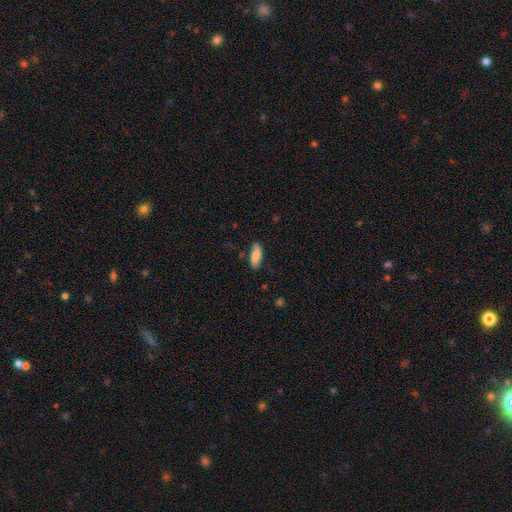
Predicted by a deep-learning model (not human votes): Q: Smooth or featured?
A: smooth (81%); runner-up: featured or disk (12%)
Q: How rounded?
A: in between (67%); runner-up: cigar-shaped (31%)
Q: Merging?
A: none (75%); runner-up: minor disturbance (19%)